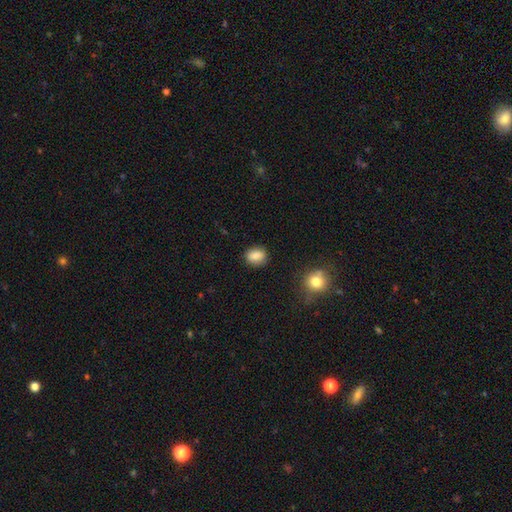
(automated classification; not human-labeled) Q: Smooth or featured?
A: smooth (85%); runner-up: star or artifact (9%)
Q: How rounded?
A: in between (52%); runner-up: round (46%)
Q: Merging?
A: none (84%); runner-up: minor disturbance (11%)